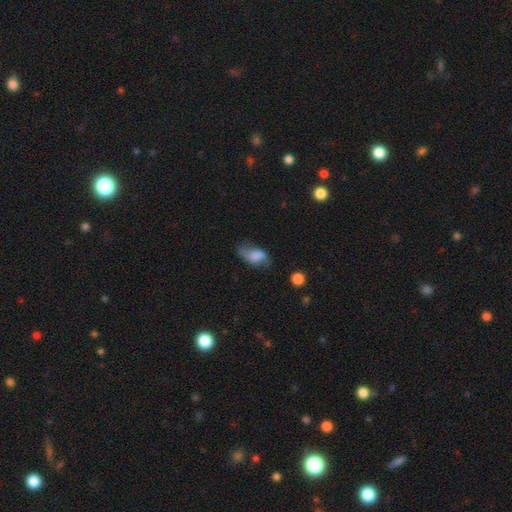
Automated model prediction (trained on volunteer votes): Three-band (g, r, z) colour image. It shows a smooth galaxy with no disk features (65%) that is in between round and cigar-shaped (88%). Merging: none (44%).